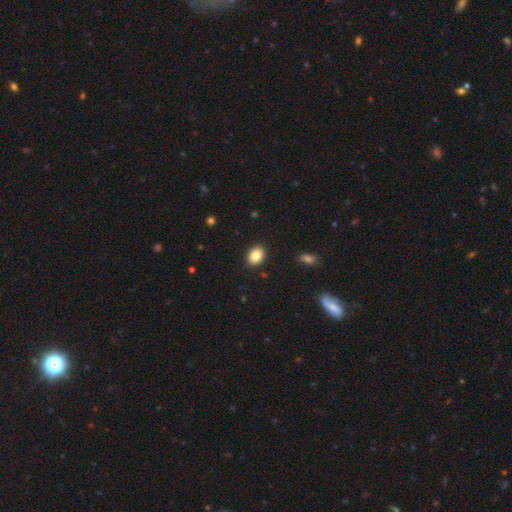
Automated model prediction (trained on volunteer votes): smooth 86%, star or artifact 8%, featured or disk 6%. Down the decision tree: how rounded — in between (72%); merging — none (90%).